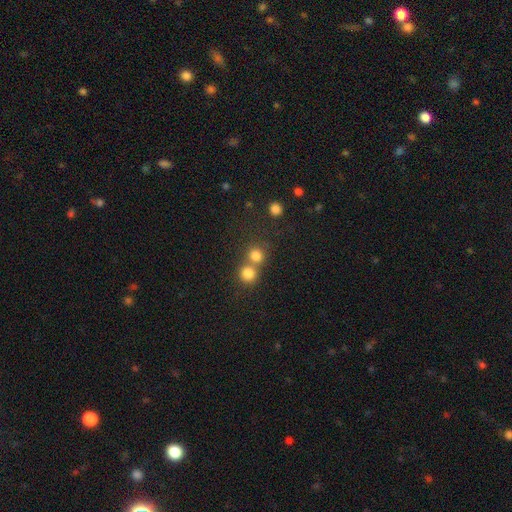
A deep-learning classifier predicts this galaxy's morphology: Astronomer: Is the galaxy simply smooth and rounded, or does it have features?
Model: smooth — 80%.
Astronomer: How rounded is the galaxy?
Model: round — 88%.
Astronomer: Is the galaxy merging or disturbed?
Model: none — 49% (runner-up: merger, 43%).